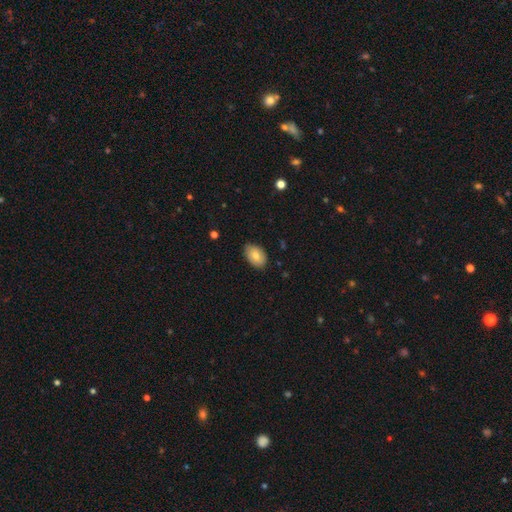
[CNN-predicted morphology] A smooth galaxy with no disk features (79%) that is in between round and cigar-shaped (88%). Merging: none (81%).